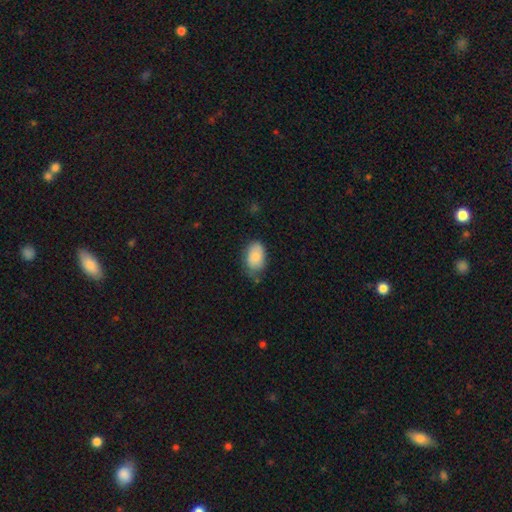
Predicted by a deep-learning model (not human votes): Q: Smooth or featured?
A: smooth (82%); runner-up: featured or disk (11%)
Q: How rounded?
A: in between (90%); runner-up: round (9%)
Q: Merging?
A: none (63%); runner-up: minor disturbance (29%)